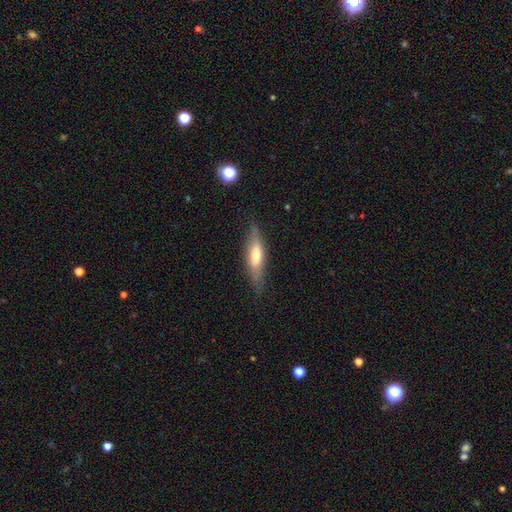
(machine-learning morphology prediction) This is possibly a smooth galaxy (51%). How rounded: likely cigar-shaped (67%). Merging: likely none (79%).